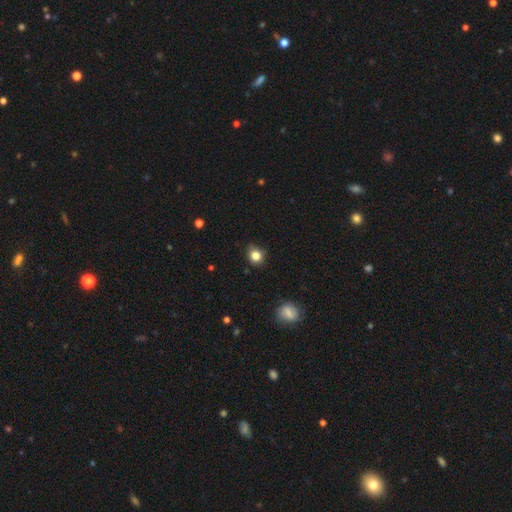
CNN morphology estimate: type=smooth (82%); roundness=round (83%); merging=none (80%).